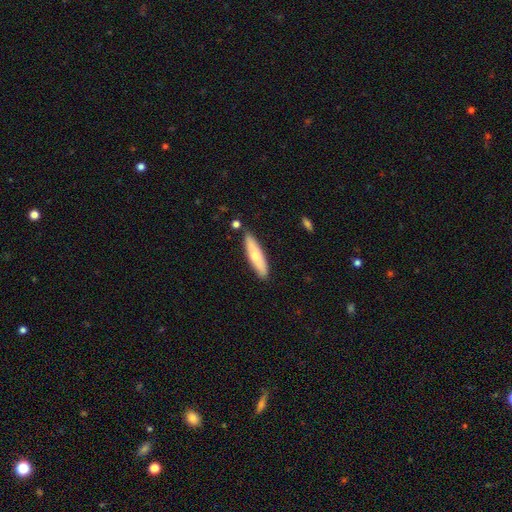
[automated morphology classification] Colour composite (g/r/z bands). It shows a smooth galaxy with no disk features (66%) that is cigar-shaped (78%). Merging: none (84%).